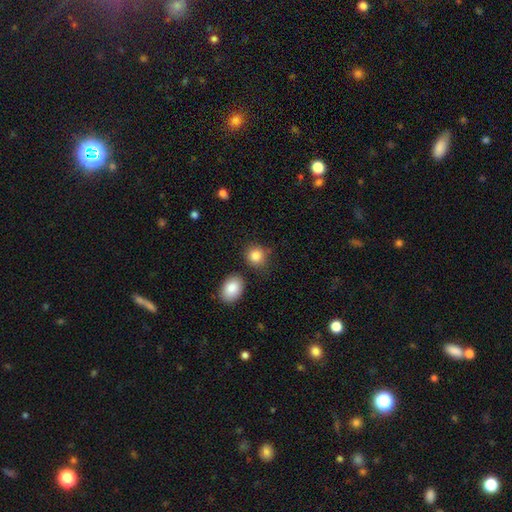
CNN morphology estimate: The model was most divided on "how rounded": round: 80%, in between: 19%, cigar-shaped: 1%. More confident: smooth or featured — smooth (86%); merging — none (75%).